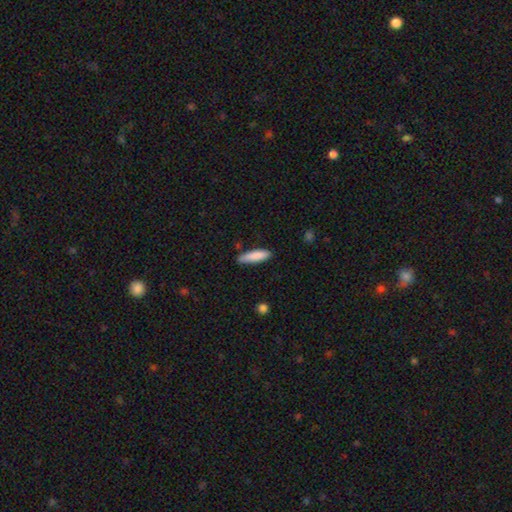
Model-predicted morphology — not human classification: smooth_or_featured: smooth (p=0.85) [alt: featured or disk p=0.08]
how_rounded: cigar-shaped (p=0.64) [alt: in between p=0.35]
merging: none (p=0.76) [alt: minor disturbance p=0.19]